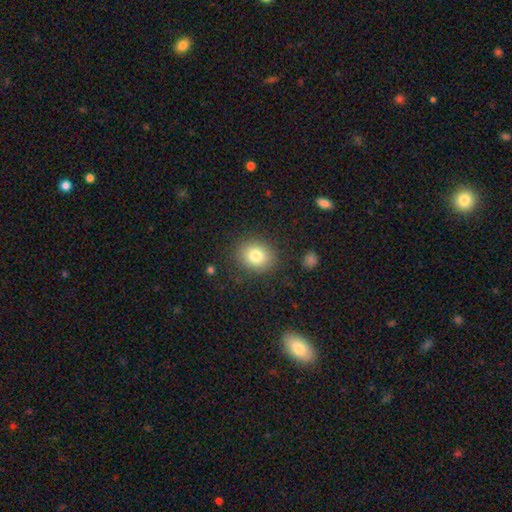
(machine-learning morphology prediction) smooth 79%, featured or disk 11%, star or artifact 10%. Down the decision tree: how rounded — round (67%); merging — none (85%).